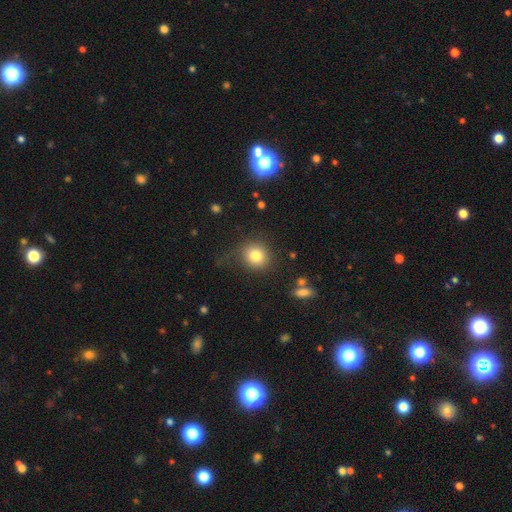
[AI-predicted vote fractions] Smooth or featured: smooth — 81% (star or artifact — 11%)
How rounded: round — 85% (in between — 14%)
Merging: none — 76% (minor disturbance — 14%)